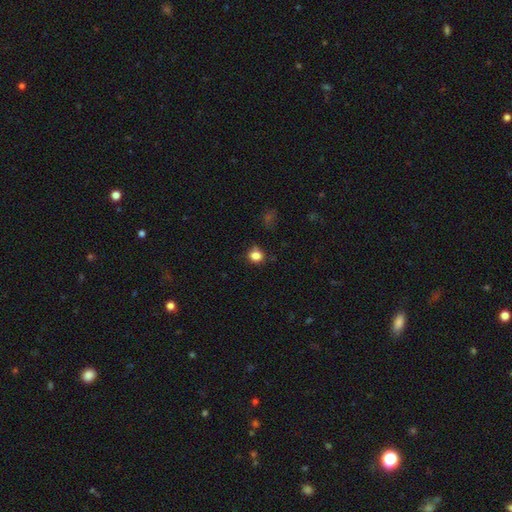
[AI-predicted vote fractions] This appears to be a smooth galaxy with no disk features (81%) that is round (76%). Merging: none (69%).